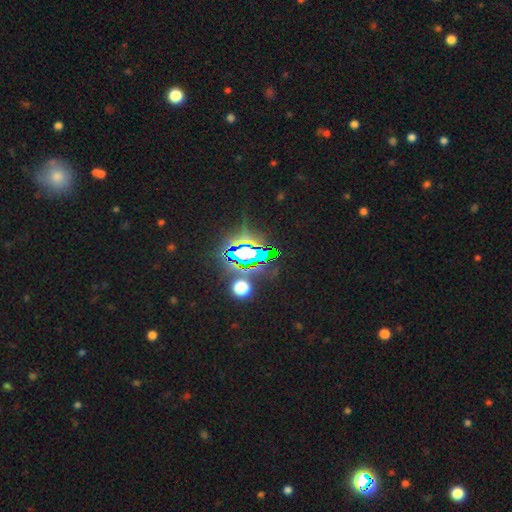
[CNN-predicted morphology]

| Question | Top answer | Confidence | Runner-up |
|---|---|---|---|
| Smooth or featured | star or artifact | 77% | smooth (13%) |